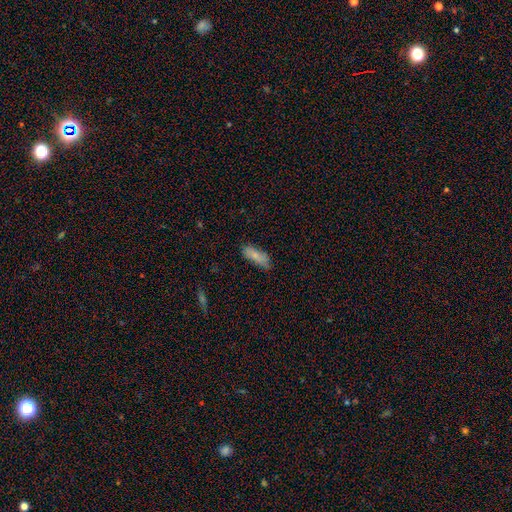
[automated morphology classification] A smooth galaxy with no disk features (79%) that is in between round and cigar-shaped (71%). Merging: none (65%).